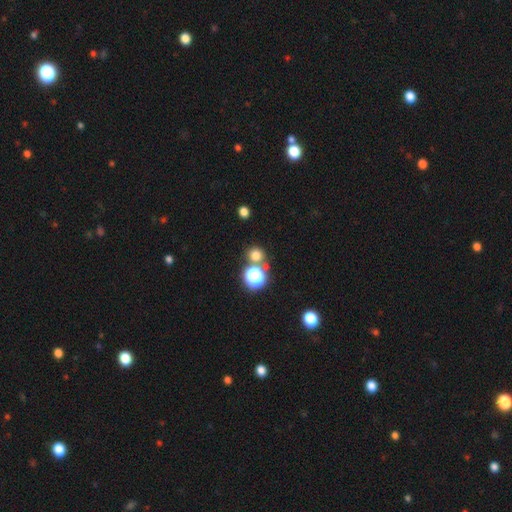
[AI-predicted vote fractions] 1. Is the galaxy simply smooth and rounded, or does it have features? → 71% smooth, 23% star or artifact, 6% featured or disk.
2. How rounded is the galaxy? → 88% round, 11% in between, 1% cigar-shaped.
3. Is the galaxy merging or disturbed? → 71% none, 19% merger, 7% minor disturbance, 3% major disturbance.